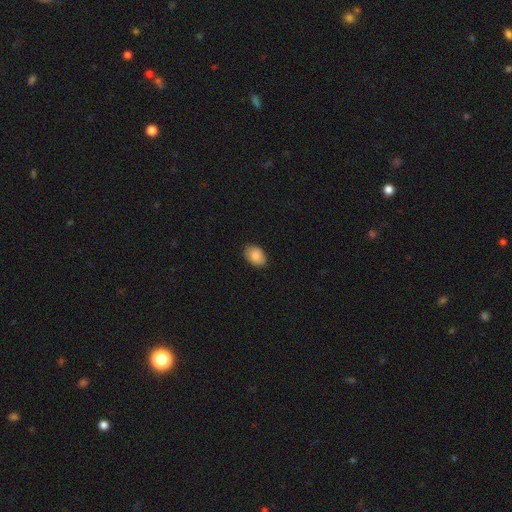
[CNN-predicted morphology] Smooth or featured: smooth — 86% (star or artifact — 7%)
How rounded: in between — 78% (round — 21%)
Merging: none — 87% (minor disturbance — 10%)